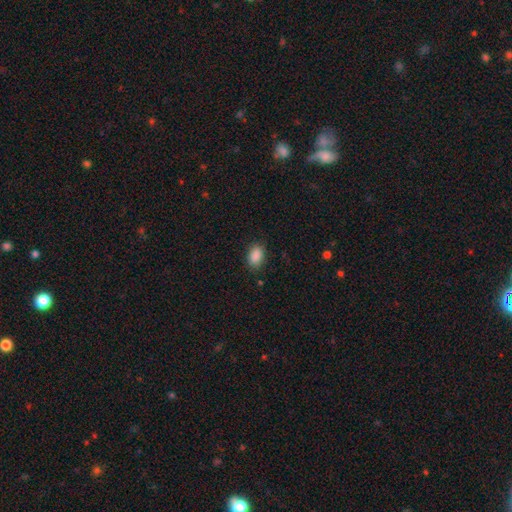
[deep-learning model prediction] Smooth or featured?
  - smooth: 89% *
  - star or artifact: 8%
  - featured or disk: 3%
How rounded?
  - in between: 87% *
  - round: 12%
  - cigar-shaped: 2%
Merging?
  - none: 84% *
  - minor disturbance: 12%
  - major disturbance: 3%
  - merger: 1%